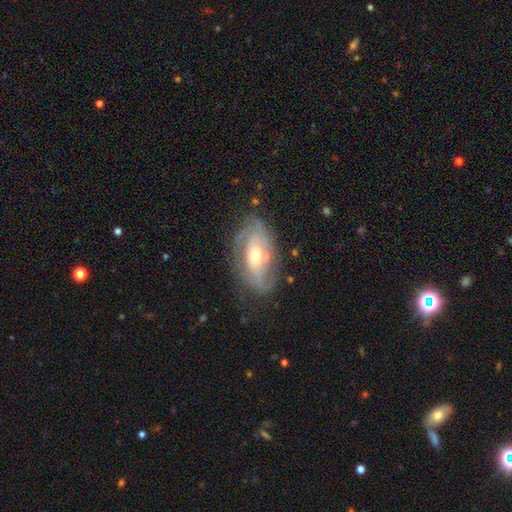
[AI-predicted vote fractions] Overall: featured or disk (74%). Edge-on disk: no (92%). Bar: no (65%; weak 26%). Spiral arms: yes (85%). Spiral arm count: 2 (41%; can't tell 37%). Spiral winding: tight (52%; medium 34%). Bulge size: moderate (47%, tied with small). Merging: none (69%).